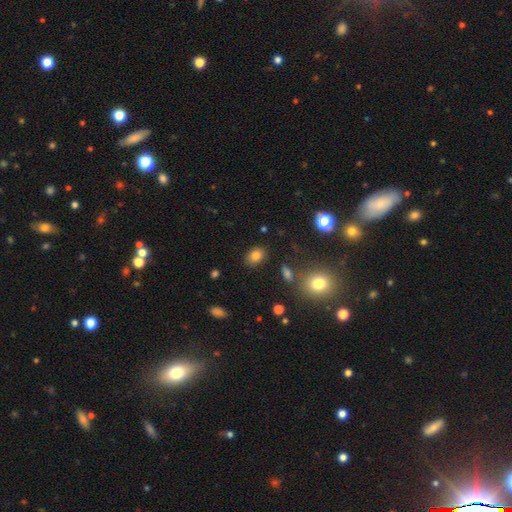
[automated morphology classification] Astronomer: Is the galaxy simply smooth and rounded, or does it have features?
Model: smooth — 81%.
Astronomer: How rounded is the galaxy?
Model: in between — 71%.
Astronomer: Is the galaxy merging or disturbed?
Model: none — 85%.